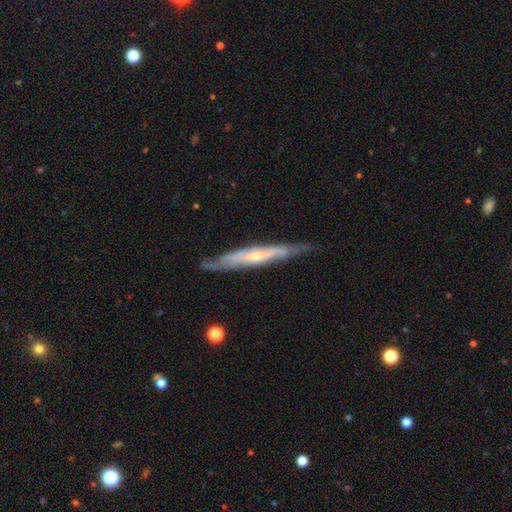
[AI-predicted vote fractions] Smooth or featured? Predicted: featured or disk (p=0.75). Edge-on disk? Predicted: yes (p=0.78). Edge-on bulge? Predicted: rounded (p=0.64). Merging? Predicted: none (p=0.77).